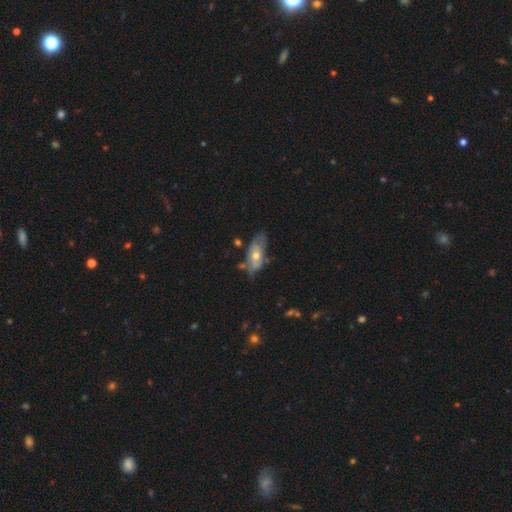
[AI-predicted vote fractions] Smooth or featured? Predicted: featured or disk (p=0.48). Merging? Predicted: none (p=0.49).